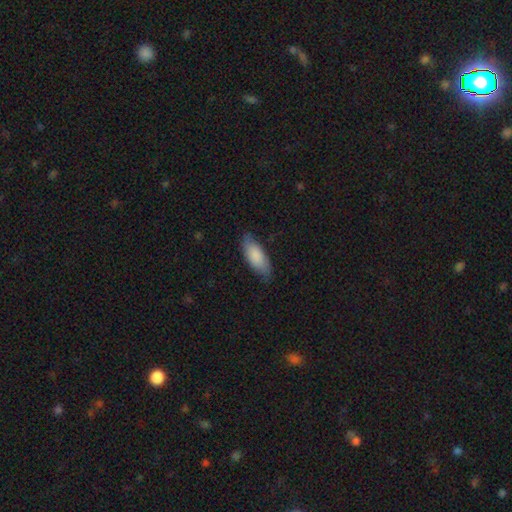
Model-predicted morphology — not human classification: smooth-or-featured: smooth: 82% | featured or disk: 12% | star or artifact: 5%
  how-rounded: in between: 80% | cigar-shaped: 18% | round: 2%
  merging: none: 76% | minor disturbance: 20% | major disturbance: 4% | merger: 1%